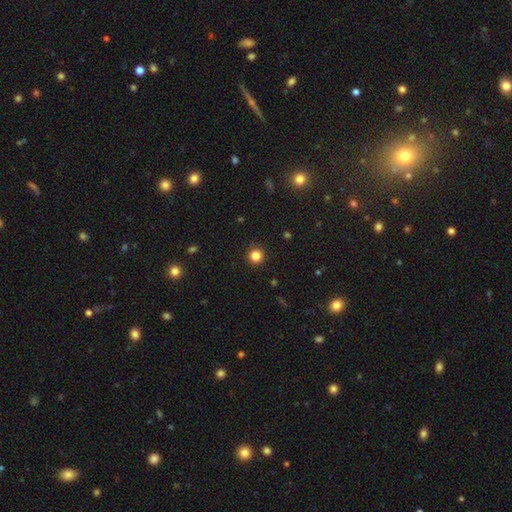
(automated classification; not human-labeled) Smooth or featured? smooth (83%)
How rounded? round (95%)
Merging? none (92%)